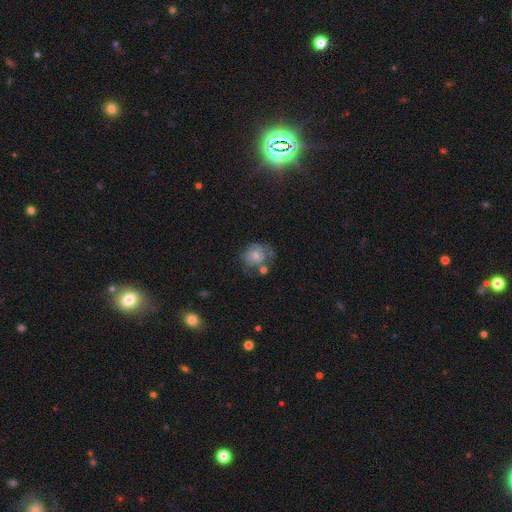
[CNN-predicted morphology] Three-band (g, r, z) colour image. It shows a smooth galaxy with no disk features (57%) that is round (65%). Merging: none (42%).